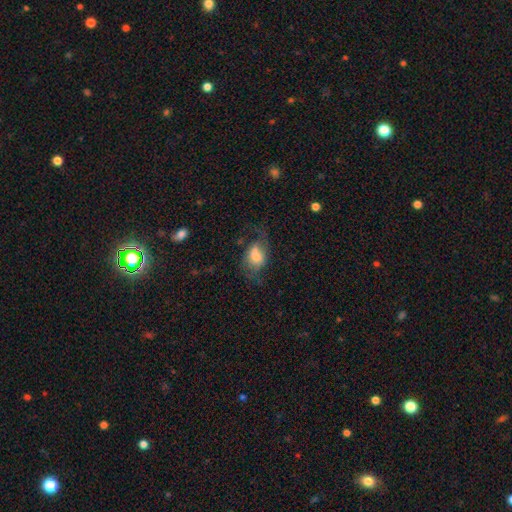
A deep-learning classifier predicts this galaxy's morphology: smooth-or-featured: smooth: 52% | featured or disk: 39% | star or artifact: 9%
  how-rounded: in between: 74% | round: 24% | cigar-shaped: 2%
  merging: major disturbance: 37% | none: 33% | minor disturbance: 24% | merger: 6%